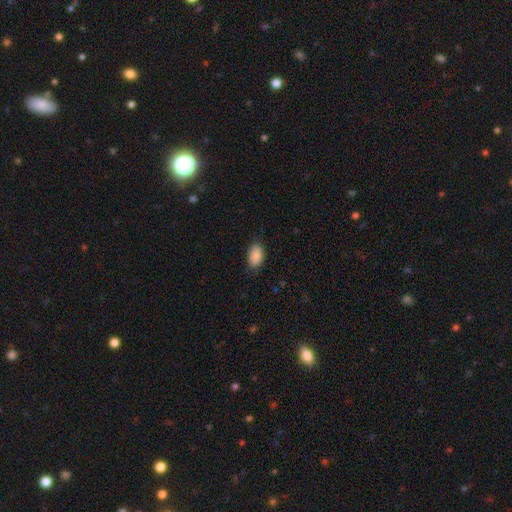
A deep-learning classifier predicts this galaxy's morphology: Smooth or featured? Predicted: smooth (p=0.88). How rounded? Predicted: in between (p=0.92). Merging? Predicted: none (p=0.84).